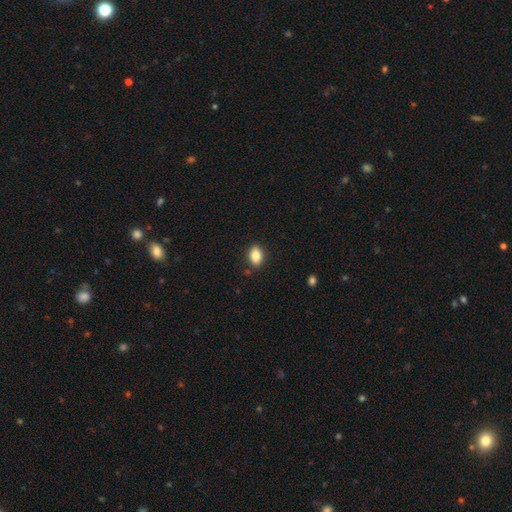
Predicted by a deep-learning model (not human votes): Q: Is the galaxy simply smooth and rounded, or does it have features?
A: smooth — 84%.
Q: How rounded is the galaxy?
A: in between — 82%.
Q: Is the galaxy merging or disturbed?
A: none — 87%.